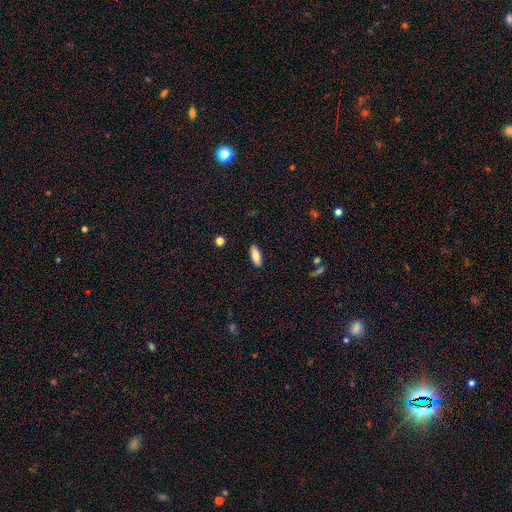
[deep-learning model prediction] smooth 84%, featured or disk 9%, star or artifact 6%. Down the decision tree: how rounded — in between (68%); merging — none (89%).